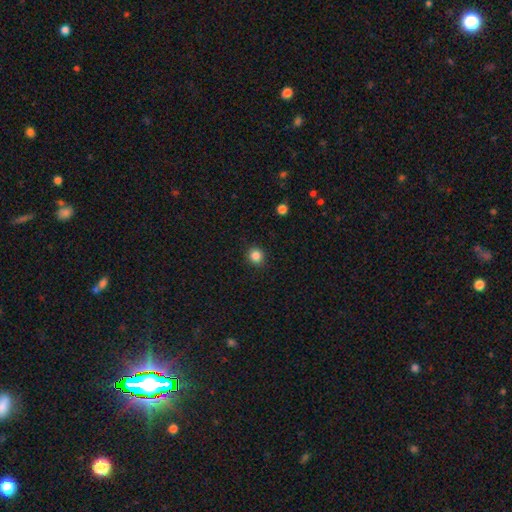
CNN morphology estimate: Smooth or featured: smooth — 85% (star or artifact — 11%)
How rounded: round — 88% (in between — 11%)
Merging: none — 91% (minor disturbance — 6%)